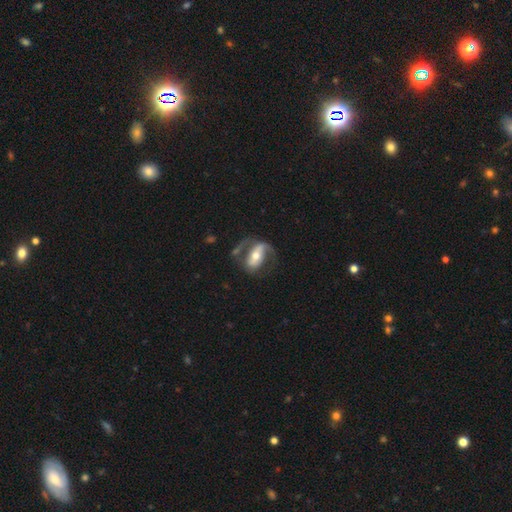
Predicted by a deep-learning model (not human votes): This is likely a featured or disk galaxy (76%). It is clearly not viewed edge-on (93%). Bar: possibly strong (53%). Spiral arm pattern: clearly yes (83%). Spiral arm count: likely 2 (68%). Spiral winding: marginally medium (43%). Central bulge: likely moderate (63%). Merging: possibly none (49%).